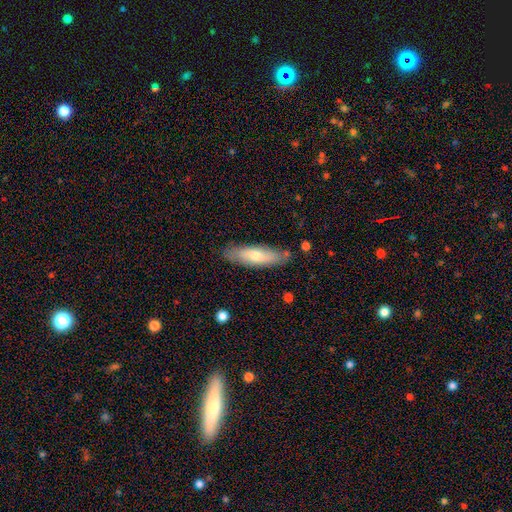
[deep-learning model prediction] Overall: smooth (64%; featured or disk 31%). How rounded: cigar-shaped (56%; in between 42%). Merging: none (83%).